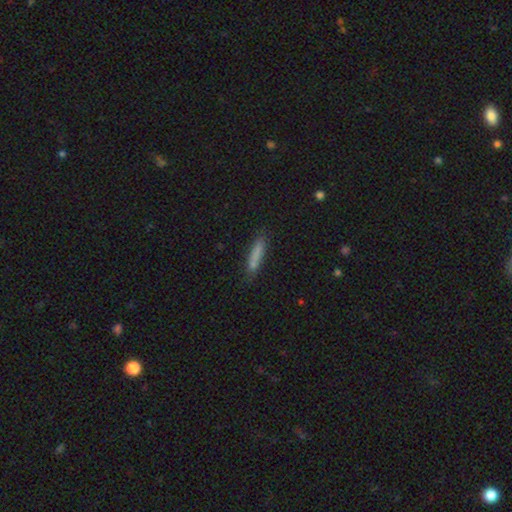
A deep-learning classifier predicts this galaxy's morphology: Smooth or featured? Predicted: smooth (p=0.80). How rounded? Predicted: cigar-shaped (p=0.85). Merging? Predicted: none (p=0.77).